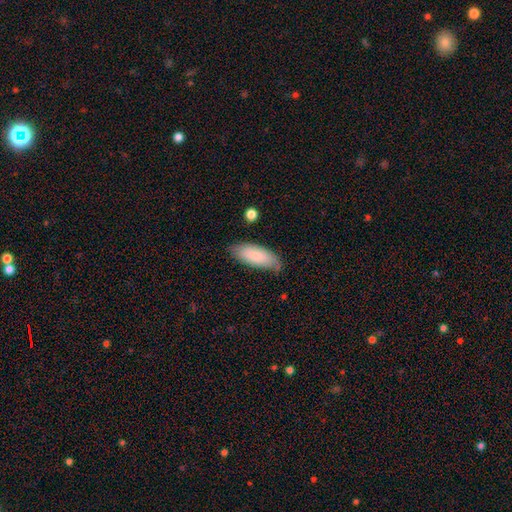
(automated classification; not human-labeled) Overall: smooth (84%). How rounded: in between (75%). Merging: none (76%).